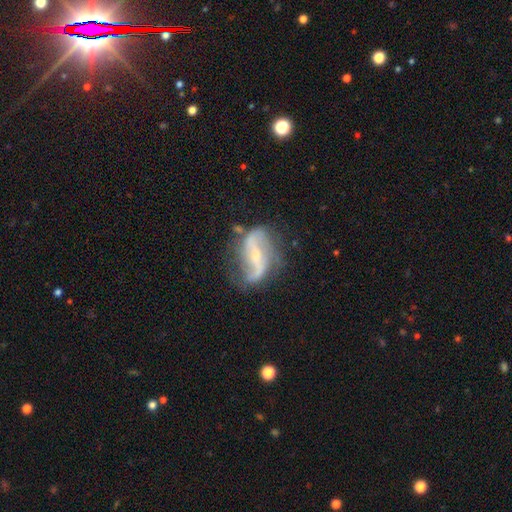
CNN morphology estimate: A featured or disk galaxy (83%) with a strong bar (49%), 2 (88%) loose (68%) spiral arms (91%) and a small central bulge (60%).

Vote fractions:
- Smooth or featured? featured or disk: 83% / smooth: 10% / star or artifact: 7%
- Edge-on disk? no: 95% / yes: 5%
- Bar? strong: 49% / weak: 33% / no: 18%
- Spiral arms? yes: 91% / no: 9%
- Spiral winding? loose: 68% / medium: 24% / tight: 8%
- Spiral arm count? 2: 88% / can't tell: 5% / 1: 4% / 3: 1% / 4: 1% / more than 4: 1%
- Bulge size? small: 60% / moderate: 28% / none: 9% / large: 2% / dominant: 1%
- Merging? none: 65% / minor disturbance: 20% / major disturbance: 12% / merger: 4%